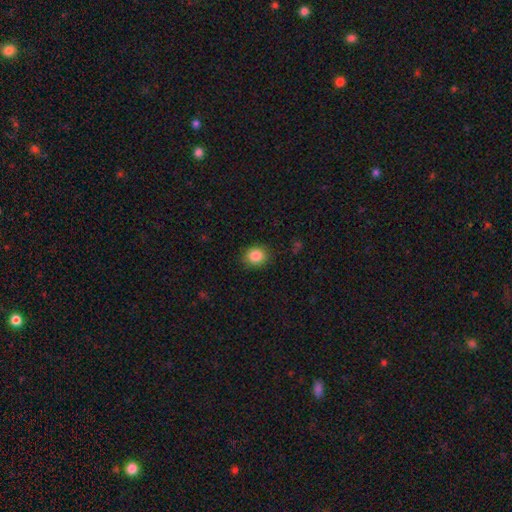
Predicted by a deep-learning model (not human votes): Q: Smooth or featured?
A: smooth (86%); runner-up: star or artifact (9%)
Q: How rounded?
A: round (67%); runner-up: in between (32%)
Q: Merging?
A: none (88%); runner-up: minor disturbance (9%)